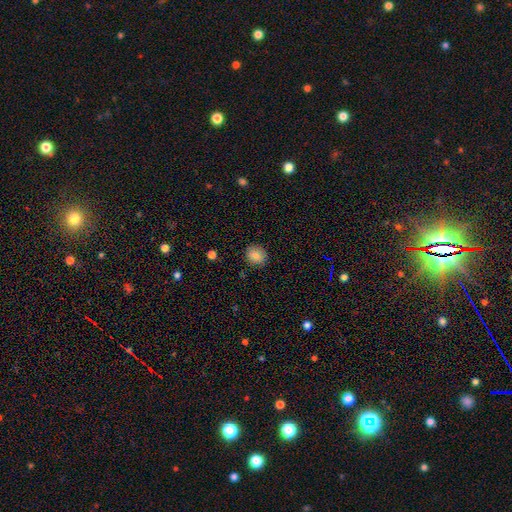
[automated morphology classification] A smooth galaxy with no disk features (83%) that is round (80%). Merging: none (88%).